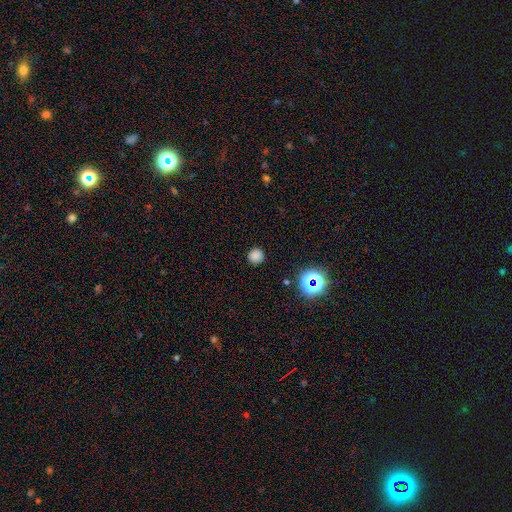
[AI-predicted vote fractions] smooth-or-featured: smooth: 78% | star or artifact: 18% | featured or disk: 4%
  how-rounded: round: 93% | in between: 6% | cigar-shaped: 1%
  merging: none: 90% | minor disturbance: 7% | major disturbance: 2% | merger: 1%